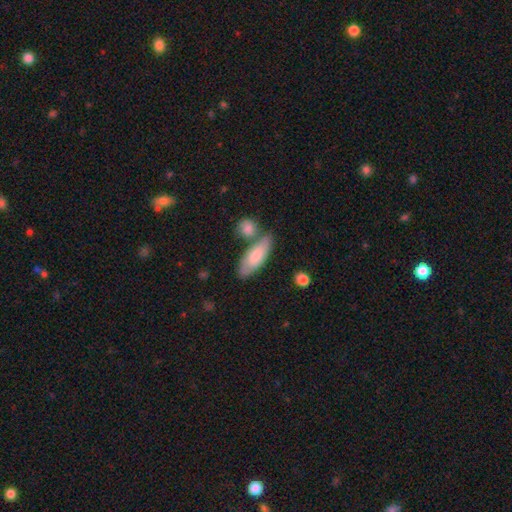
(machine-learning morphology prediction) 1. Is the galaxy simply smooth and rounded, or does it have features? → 74% smooth, 21% featured or disk, 5% star or artifact.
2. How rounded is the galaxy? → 70% in between, 27% cigar-shaped, 3% round.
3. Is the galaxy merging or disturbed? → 60% none, 21% merger, 15% minor disturbance, 4% major disturbance.